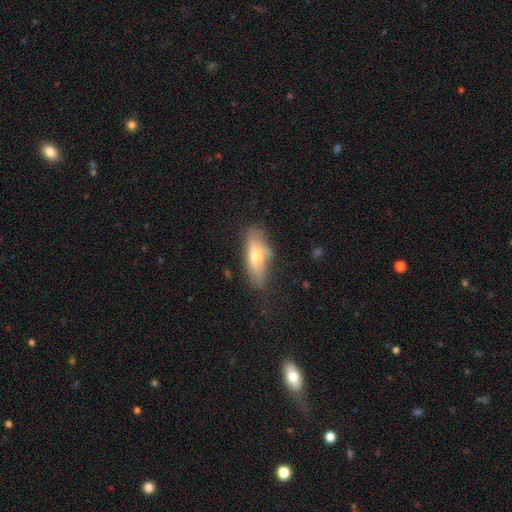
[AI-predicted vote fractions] This is possibly a smooth galaxy (60%). How rounded: likely in between (69%). Merging: possibly none (60%).